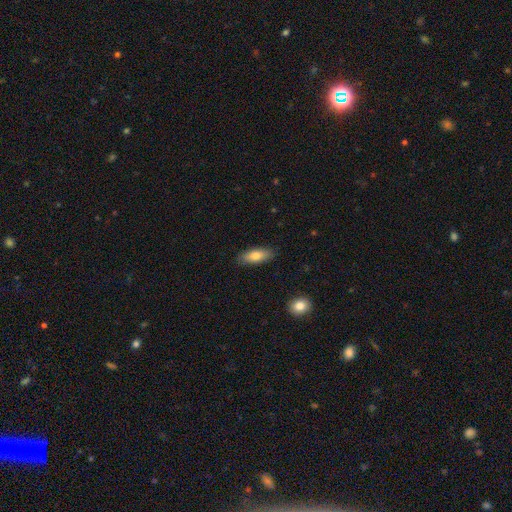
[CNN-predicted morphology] type=smooth (79%); roundness=in between (76%); merging=none (86%).